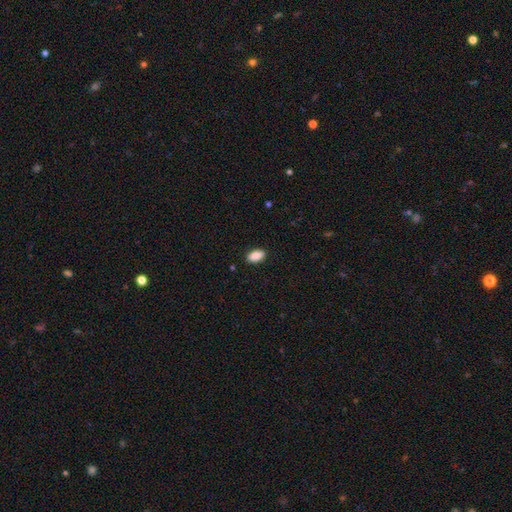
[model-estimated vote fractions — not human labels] Smooth or featured? Predicted: smooth (p=0.89). How rounded? Predicted: in between (p=0.93). Merging? Predicted: none (p=0.89).